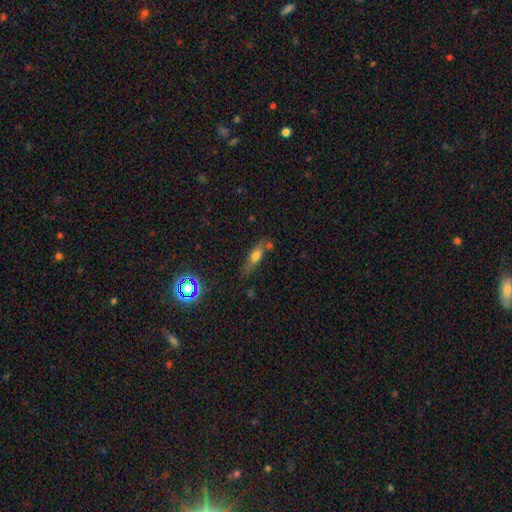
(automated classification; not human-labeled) smooth-or-featured: smooth: 59% | featured or disk: 29% | star or artifact: 12%
  how-rounded: in between: 50% | cigar-shaped: 45% | round: 5%
  merging: none: 64% | minor disturbance: 21% | merger: 10% | major disturbance: 6%